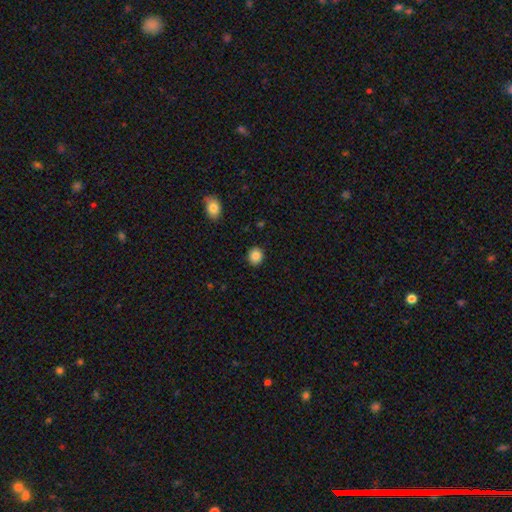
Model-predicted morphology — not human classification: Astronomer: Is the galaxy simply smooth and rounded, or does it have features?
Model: smooth — 86%.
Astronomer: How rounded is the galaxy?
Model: round — 74%.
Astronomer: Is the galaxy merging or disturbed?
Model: none — 91%.